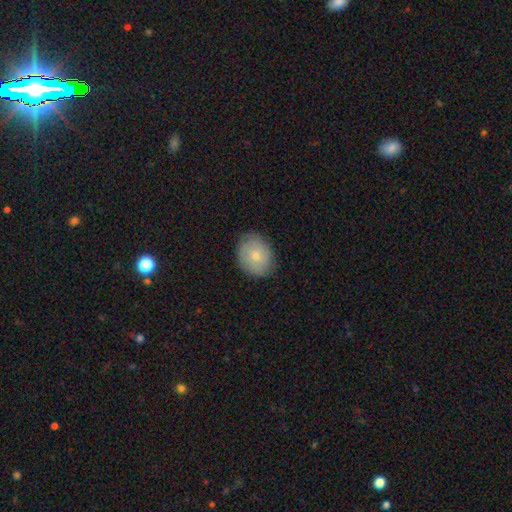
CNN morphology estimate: Smooth or featured: smooth — 72% (featured or disk — 21%)
How rounded: in between — 52% (round — 47%)
Merging: none — 81% (minor disturbance — 15%)